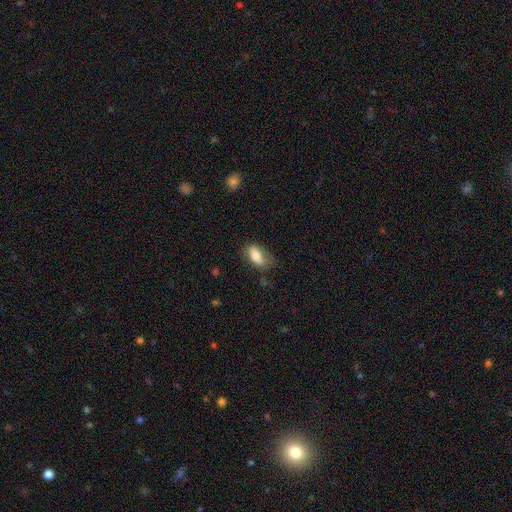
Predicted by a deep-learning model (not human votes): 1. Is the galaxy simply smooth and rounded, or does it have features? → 71% smooth, 21% featured or disk, 7% star or artifact.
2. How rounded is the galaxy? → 88% in between, 7% cigar-shaped, 5% round.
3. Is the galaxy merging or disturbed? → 53% none, 31% minor disturbance, 13% major disturbance, 2% merger.